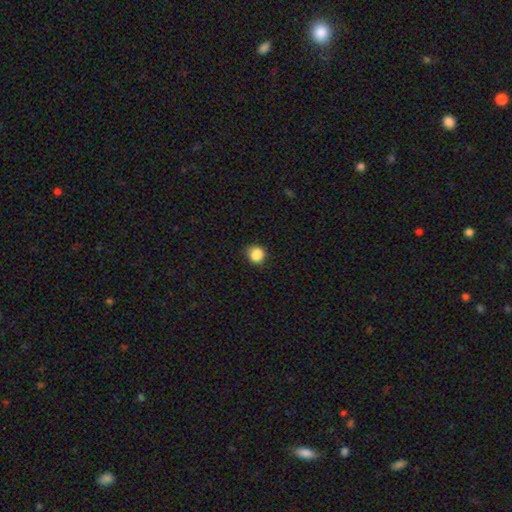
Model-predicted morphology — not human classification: smooth 87%, star or artifact 10%, featured or disk 3%. Down the decision tree: how rounded — round (83%); merging — none (75%).